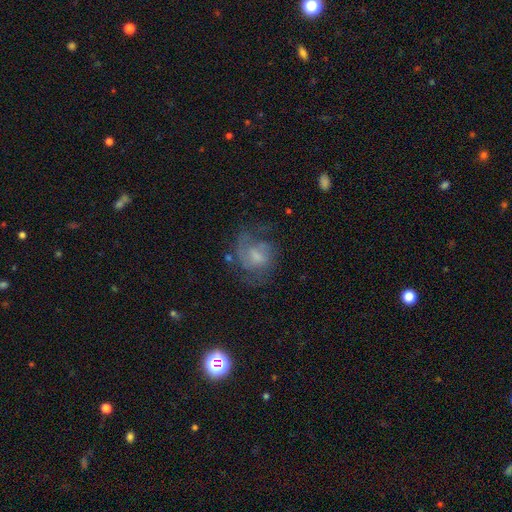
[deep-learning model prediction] Smooth or featured? Predicted: featured or disk (p=0.62). Edge-on disk? Predicted: no (p=0.97). Bar? Predicted: no (p=0.47). Spiral arms? Predicted: yes (p=0.78). Bulge size? Predicted: small (p=0.32, tied with moderate). Merging? Predicted: none (p=0.49).